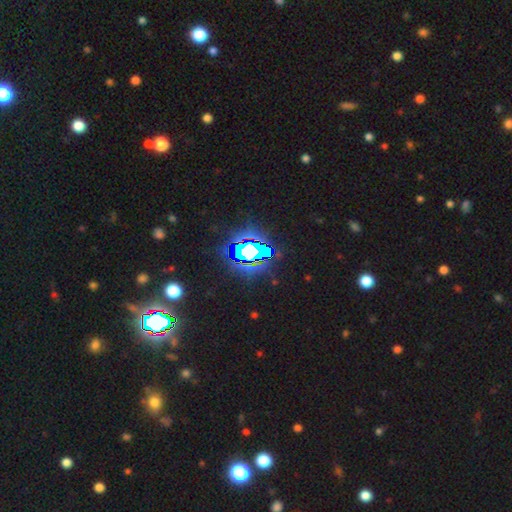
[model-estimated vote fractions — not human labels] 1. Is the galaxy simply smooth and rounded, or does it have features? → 81% star or artifact, 11% smooth, 8% featured or disk.